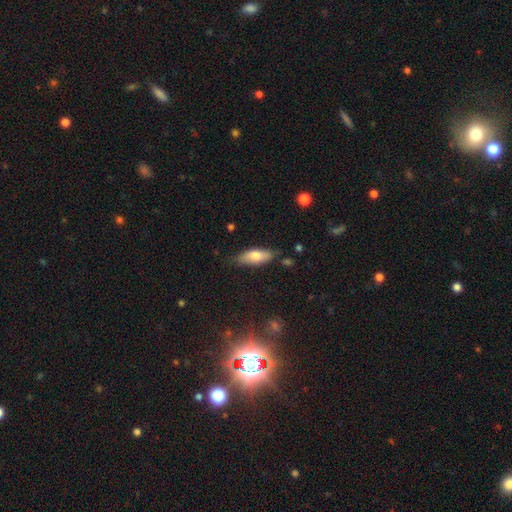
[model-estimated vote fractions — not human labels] This is likely a smooth galaxy (70%). How rounded: likely in between (71%). Merging: likely none (74%).